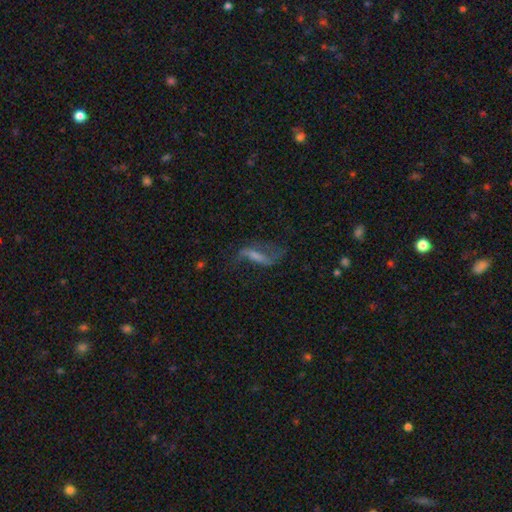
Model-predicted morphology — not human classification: A featured or disk galaxy (70%) with a strong bar (46%), 2 (86%) loose (82%) spiral arms (86%) and a small central bulge (42%). Merging: none (58%).